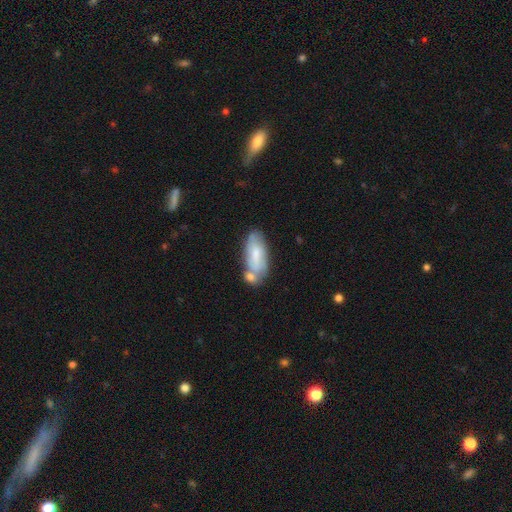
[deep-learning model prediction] A smooth galaxy with no disk features (58%) that is in between round and cigar-shaped (81%).

Vote fractions:
- Smooth or featured? smooth: 58% / featured or disk: 35% / star or artifact: 6%
- How rounded? in between: 81% / cigar-shaped: 17% / round: 2%
- Merging? none: 45% / merger: 30% / minor disturbance: 19% / major disturbance: 6%